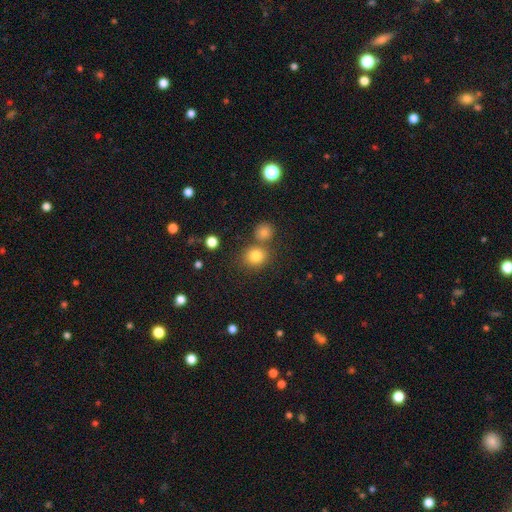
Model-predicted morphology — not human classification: Smooth or featured? smooth (80%)
How rounded? round (83%)
Merging? none (68%)